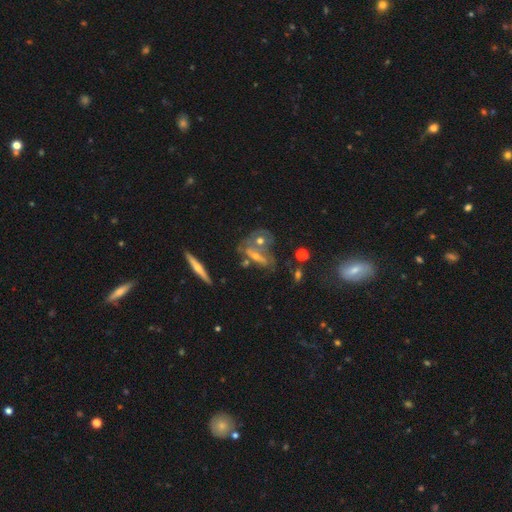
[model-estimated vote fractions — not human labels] This appears to be a featured or disk galaxy (59%). Merging: none (39%).